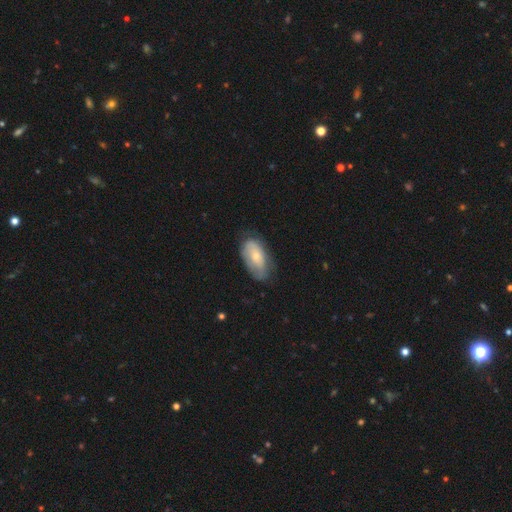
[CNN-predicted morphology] smooth 61%, featured or disk 33%, star or artifact 6%. Down the decision tree: how rounded — in between (92%); merging — none (58%).